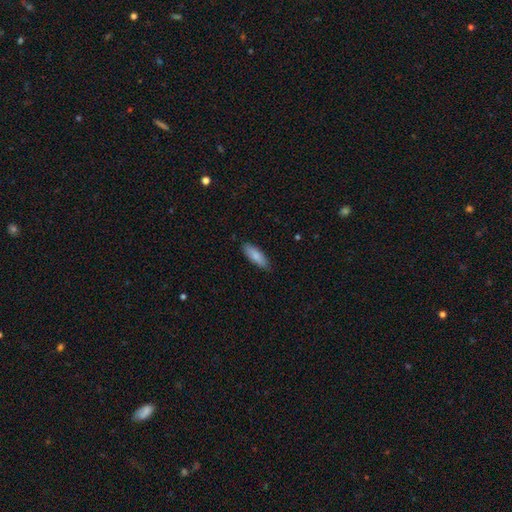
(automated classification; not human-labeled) smooth-or-featured: smooth: 84% | featured or disk: 10% | star or artifact: 6%
  how-rounded: in between: 63% | cigar-shaped: 36% | round: 2%
  merging: none: 86% | minor disturbance: 11% | major disturbance: 2% | merger: 1%